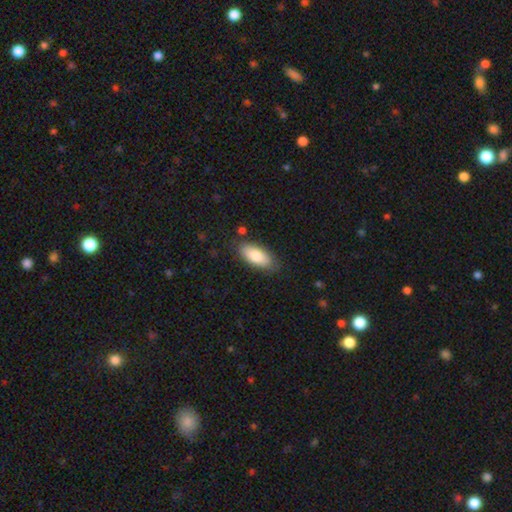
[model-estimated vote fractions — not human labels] This is clearly a smooth galaxy (82%). How rounded: clearly in between (87%). Merging: clearly none (81%).